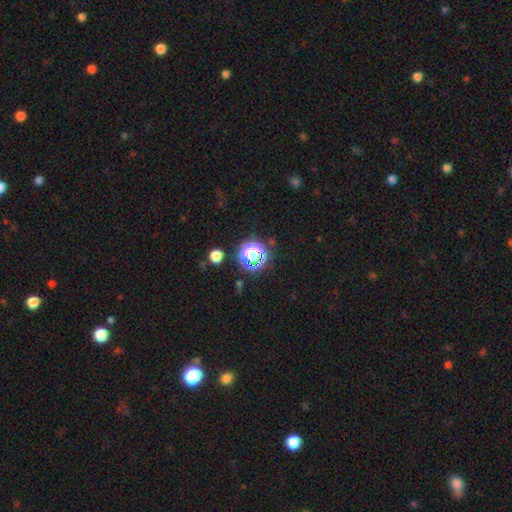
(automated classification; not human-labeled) smooth_or_featured: star or artifact (p=0.69) [alt: smooth p=0.23]